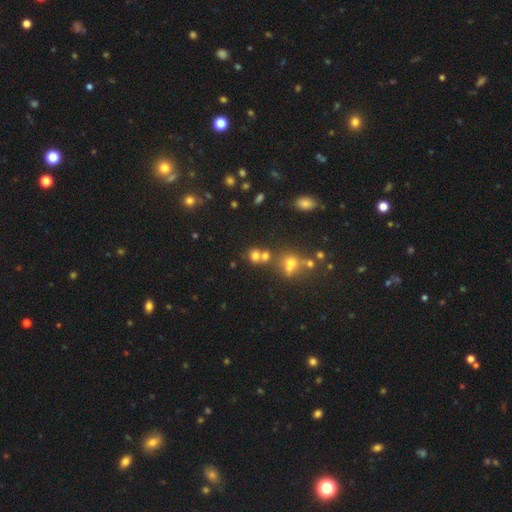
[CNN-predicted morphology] Smooth or featured: smooth — 66% (star or artifact — 21%)
How rounded: round — 76% (in between — 23%)
Merging: none — 48% (merger — 38%)